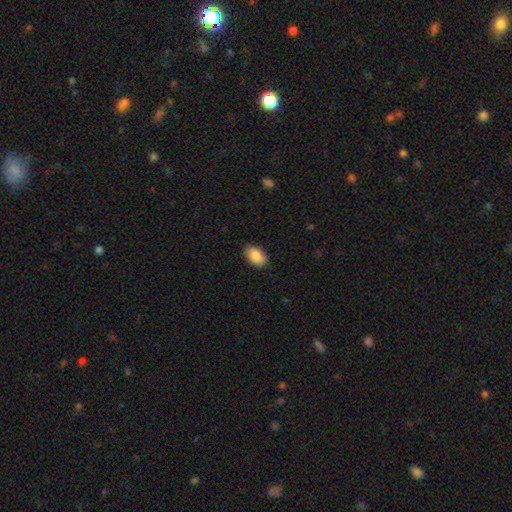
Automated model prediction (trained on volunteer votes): smooth-or-featured: smooth: 88% | star or artifact: 6% | featured or disk: 5%
  how-rounded: in between: 93% | round: 6% | cigar-shaped: 1%
  merging: none: 89% | minor disturbance: 8% | major disturbance: 2% | merger: 1%